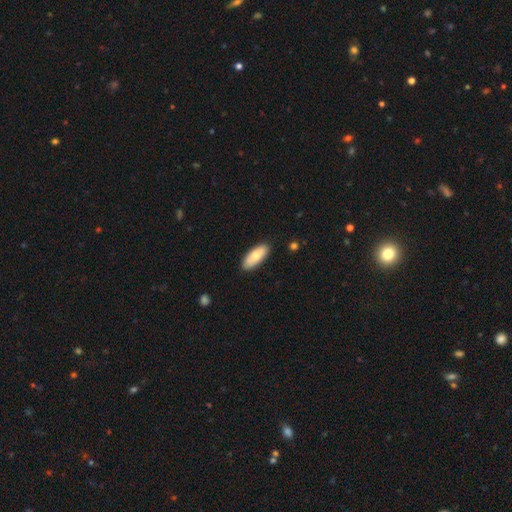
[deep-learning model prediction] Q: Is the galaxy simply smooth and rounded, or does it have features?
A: smooth — 76%.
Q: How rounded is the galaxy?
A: in between — 78%.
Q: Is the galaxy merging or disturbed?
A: none — 88%.